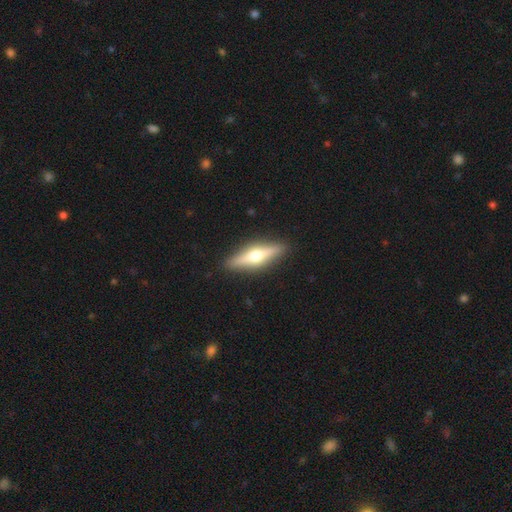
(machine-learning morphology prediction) A featured or disk galaxy (62%) viewed edge-on (94%) with a rounded central bulge (95%). Merging: none (90%).